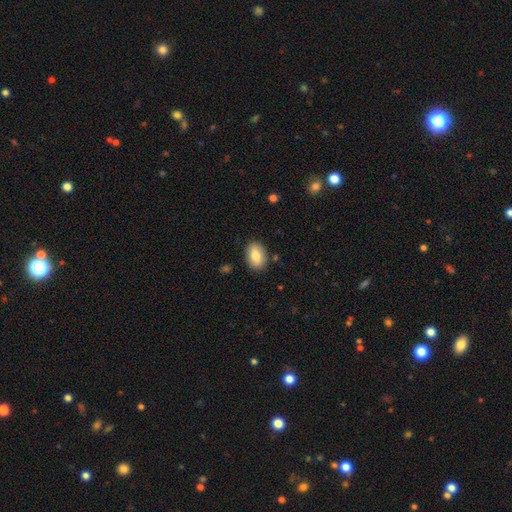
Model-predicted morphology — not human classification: The model was most divided on "smooth or featured": smooth: 80%, featured or disk: 13%, star or artifact: 7%. More confident: merging — none (86%); how rounded — in between (86%).